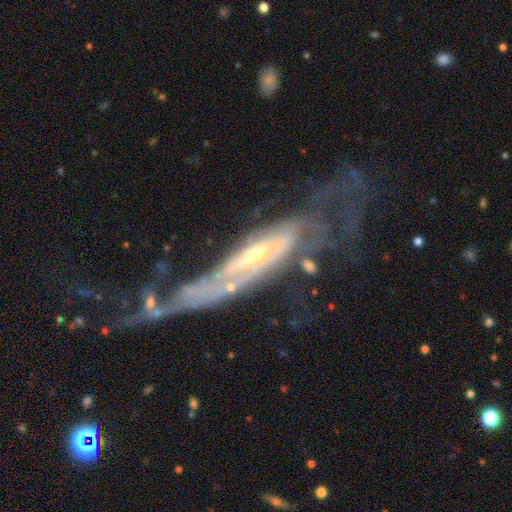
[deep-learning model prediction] The model was most divided on "merging": major disturbance: 40%, none: 34%, minor disturbance: 19%, merger: 7%. Remaining: smooth or featured — featured or disk (81%); spiral arms — yes (79%); edge-on disk — no (69%); bulge size — small (54%); bar — no (48%).